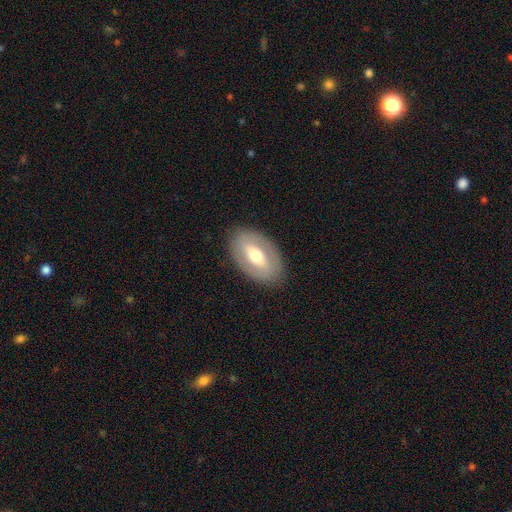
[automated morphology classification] This appears to be a featured or disk galaxy (53%). Merging: none (85%).